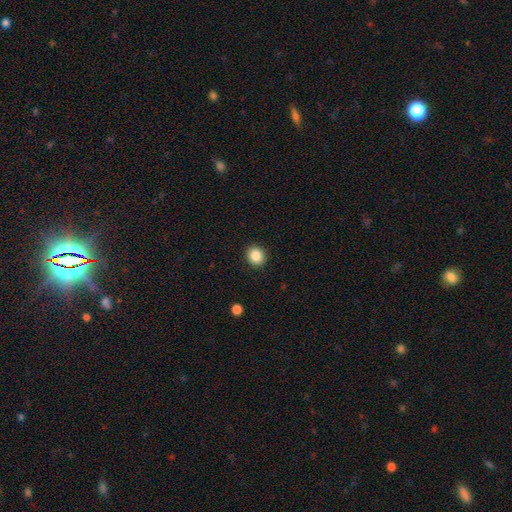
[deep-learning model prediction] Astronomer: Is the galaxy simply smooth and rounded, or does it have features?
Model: smooth — 87%.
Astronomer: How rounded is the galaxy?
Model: round — 80%.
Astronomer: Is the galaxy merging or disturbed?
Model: none — 91%.